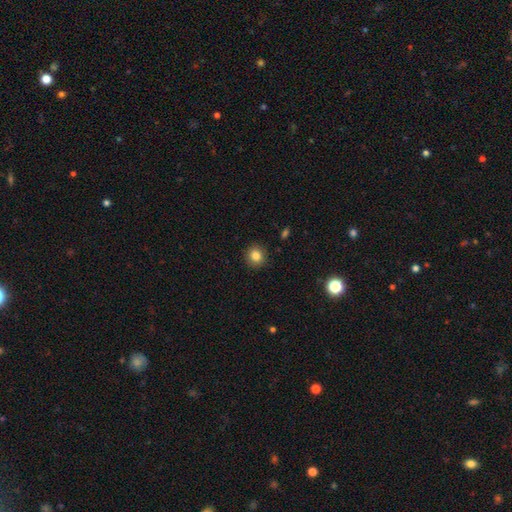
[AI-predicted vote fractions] Smooth or featured? smooth (83%)
How rounded? round (90%)
Merging? none (91%)